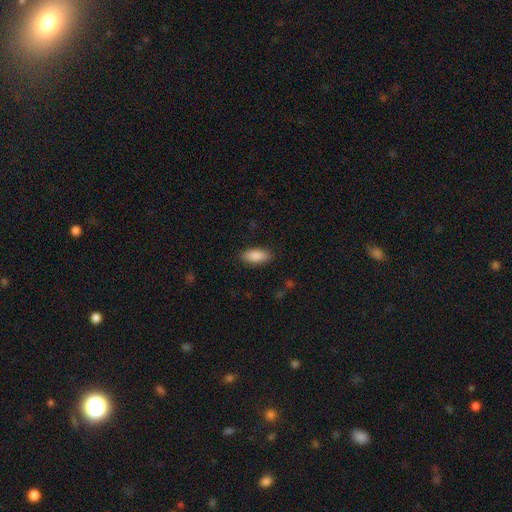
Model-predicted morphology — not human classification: Smooth or featured?
  - smooth: 89% *
  - star or artifact: 6%
  - featured or disk: 5%
How rounded?
  - in between: 87% *
  - cigar-shaped: 10%
  - round: 2%
Merging?
  - none: 87% *
  - minor disturbance: 9%
  - major disturbance: 3%
  - merger: 1%